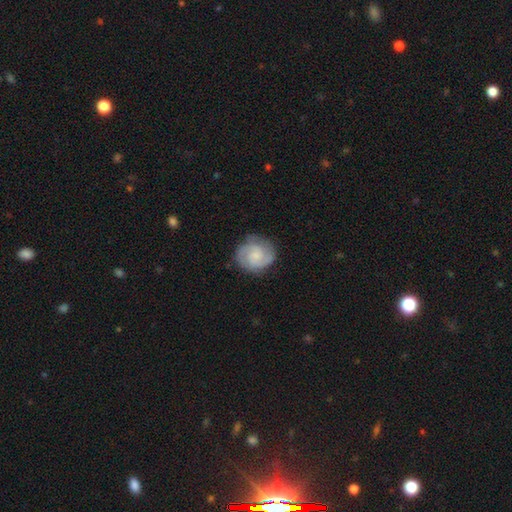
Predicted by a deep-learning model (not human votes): This is likely a featured or disk galaxy (71%). It is clearly not viewed edge-on (98%). Bar: possibly no (59%). Spiral arm pattern: clearly yes (96%). Spiral arm count: likely 2 (73%). Spiral winding: possibly tight (47%). Central bulge: marginally small (44%). Merging: likely none (80%).